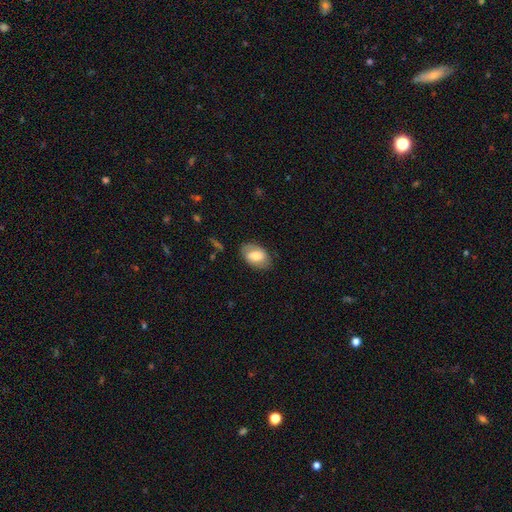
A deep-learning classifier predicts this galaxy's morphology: A smooth galaxy with no disk features (55%) that is in between round and cigar-shaped (86%).

Vote fractions:
- Smooth or featured? smooth: 55% / featured or disk: 38% / star or artifact: 7%
- How rounded? in between: 86% / round: 12% / cigar-shaped: 1%
- Merging? none: 77% / minor disturbance: 16% / major disturbance: 5% / merger: 1%